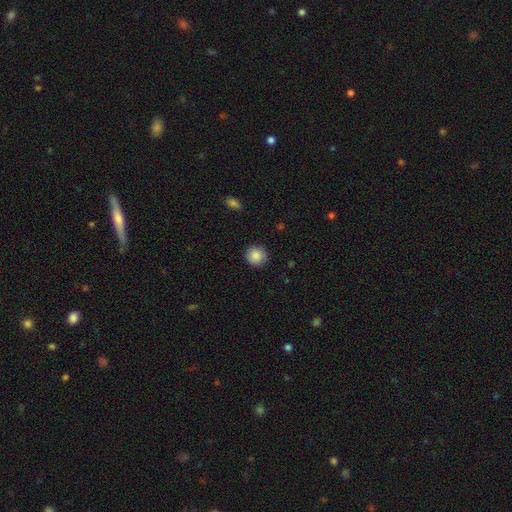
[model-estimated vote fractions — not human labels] smooth_or_featured: smooth (p=0.87) [alt: star or artifact p=0.08]
how_rounded: round (p=0.93) [alt: in between p=0.06]
merging: none (p=0.90) [alt: minor disturbance p=0.07]